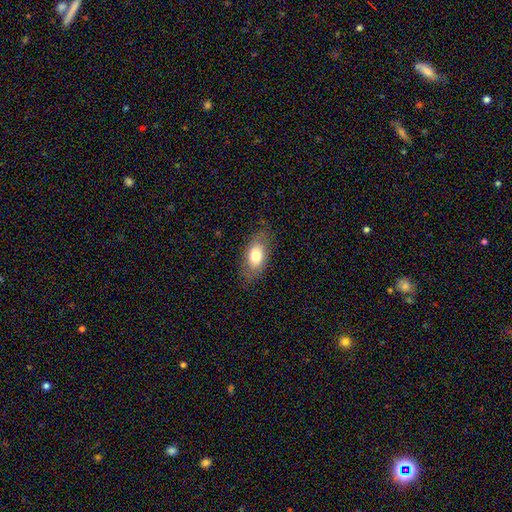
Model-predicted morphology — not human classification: This is likely a smooth galaxy (72%). How rounded: clearly in between (88%). Merging: likely none (78%).